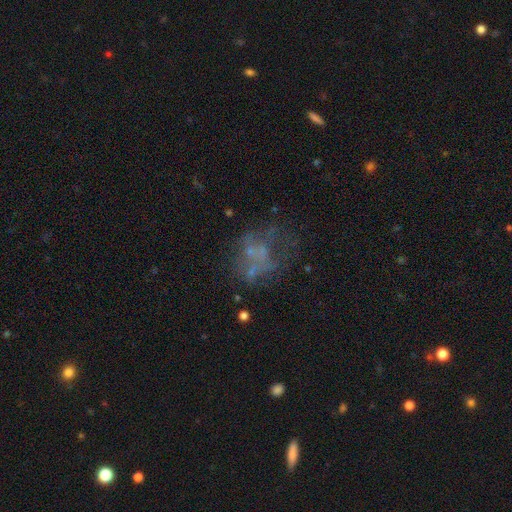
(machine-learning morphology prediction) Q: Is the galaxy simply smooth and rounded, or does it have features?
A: featured or disk — 47%.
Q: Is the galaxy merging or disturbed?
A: none — 48%.